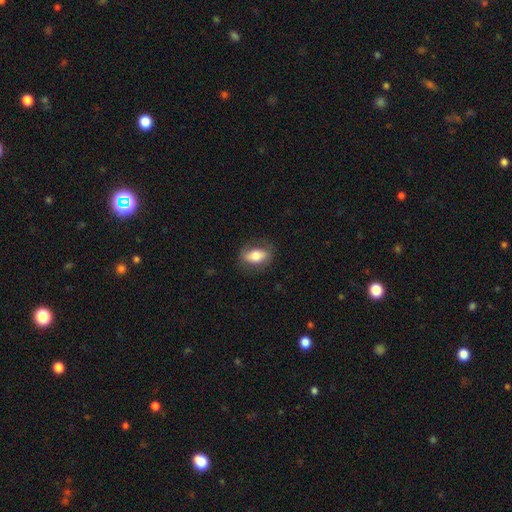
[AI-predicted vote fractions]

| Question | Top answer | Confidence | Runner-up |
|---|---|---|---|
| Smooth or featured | smooth | 65% | featured or disk (28%) |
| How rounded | in between | 83% | round (12%) |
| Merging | none | 76% | minor disturbance (17%) |